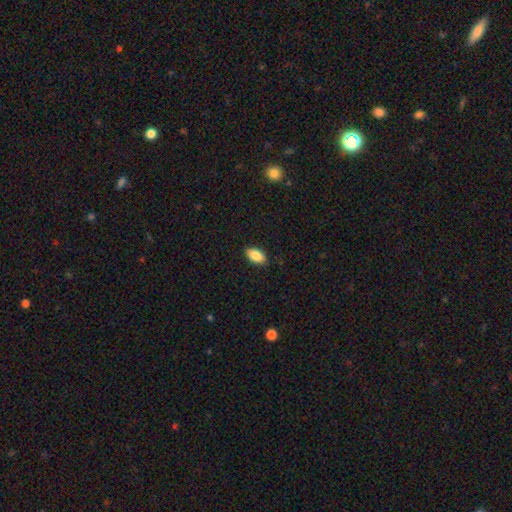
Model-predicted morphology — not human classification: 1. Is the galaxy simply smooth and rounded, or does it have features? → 87% smooth, 7% star or artifact, 6% featured or disk.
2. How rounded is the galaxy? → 93% in between, 4% round, 3% cigar-shaped.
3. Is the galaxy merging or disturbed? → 87% none, 10% minor disturbance, 2% major disturbance, 1% merger.